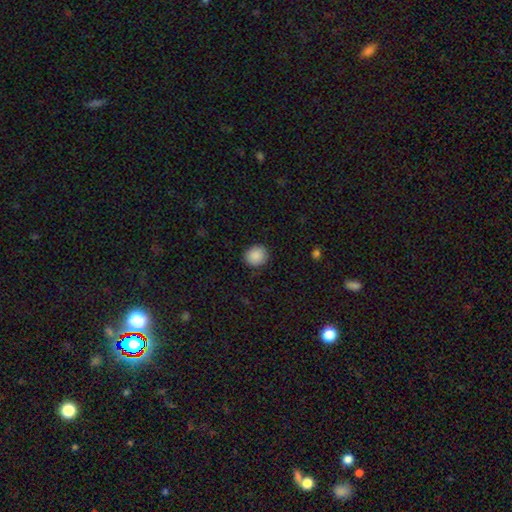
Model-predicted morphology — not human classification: Smooth or featured? Predicted: smooth (p=0.89). How rounded? Predicted: round (p=0.77). Merging? Predicted: none (p=0.88).